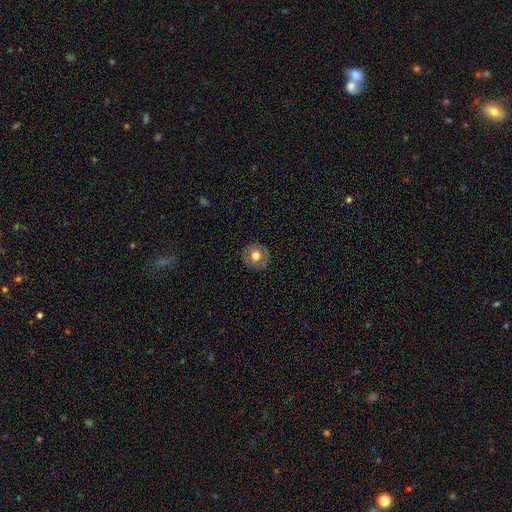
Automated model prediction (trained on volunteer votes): Overall: smooth (62%; featured or disk 30%). How rounded: round (89%). Merging: none (87%).